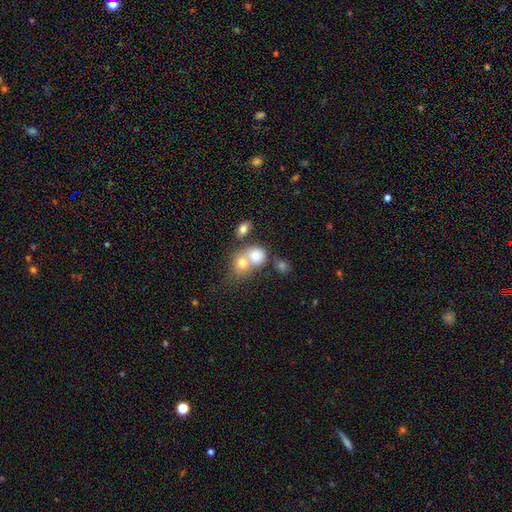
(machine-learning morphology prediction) This is likely a smooth galaxy (77%). How rounded: likely round (64%). Merging: possibly merger (55%).